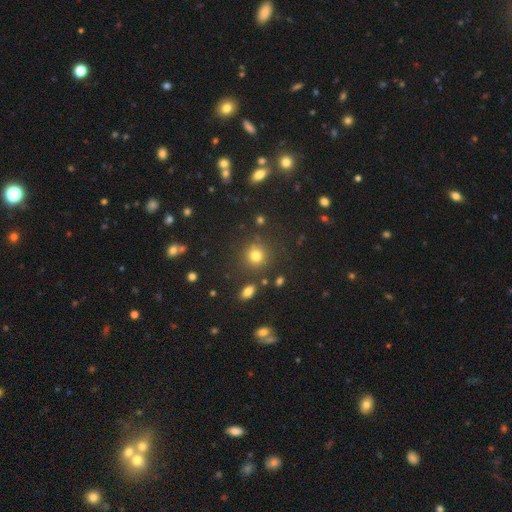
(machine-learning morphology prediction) The model was most divided on "smooth or featured": smooth: 76%, star or artifact: 17%, featured or disk: 8%. More confident: how rounded — round (89%); merging — none (81%).